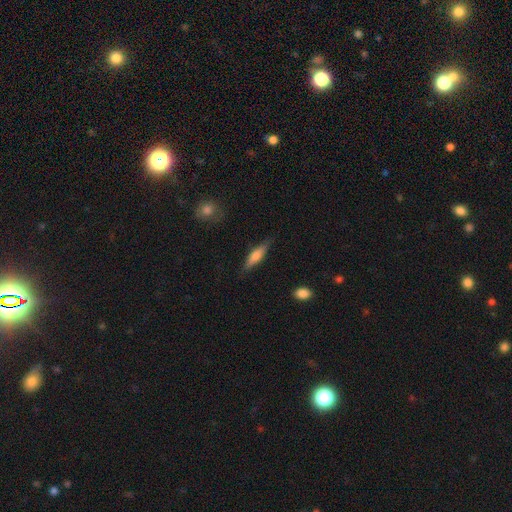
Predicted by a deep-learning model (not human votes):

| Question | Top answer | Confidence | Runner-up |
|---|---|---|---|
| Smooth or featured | smooth | 60% | featured or disk (34%) |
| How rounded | cigar-shaped | 73% | in between (25%) |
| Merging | none | 83% | minor disturbance (13%) |